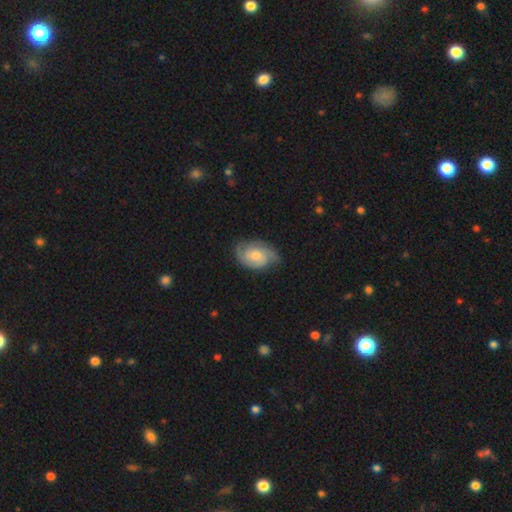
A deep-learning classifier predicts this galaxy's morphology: Smooth or featured? featured or disk (76%)
Edge-on disk? no (97%)
Bar? no (65%)
Spiral arms? yes (95%)
Spiral winding? tight (51%)
Spiral arm count? 2 (59%)
Bulge size? moderate (56%)
Merging? none (73%)